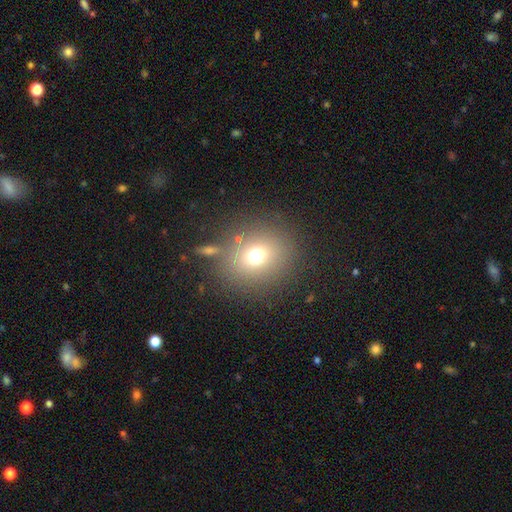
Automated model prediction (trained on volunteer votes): A smooth galaxy with no disk features (70%) that is round (74%). Merging: none (78%).